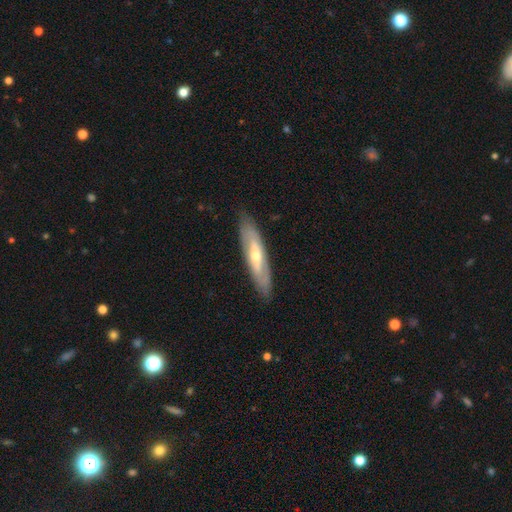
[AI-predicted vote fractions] This appears to be a featured or disk galaxy (60%). Merging: none (84%).